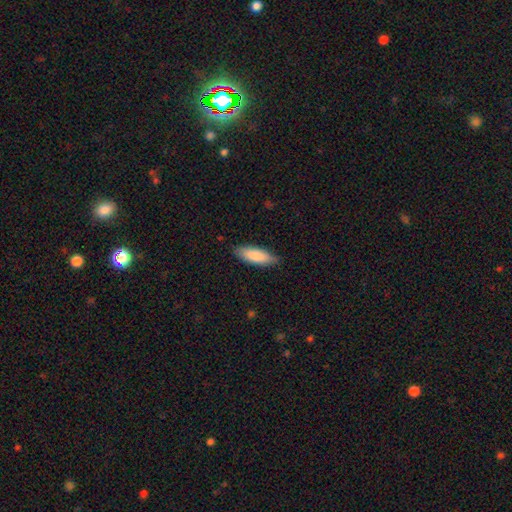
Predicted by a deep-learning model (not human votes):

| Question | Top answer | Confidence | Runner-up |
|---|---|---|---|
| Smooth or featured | smooth | 86% | featured or disk (9%) |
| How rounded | in between | 56% | cigar-shaped (43%) |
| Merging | none | 85% | minor disturbance (12%) |